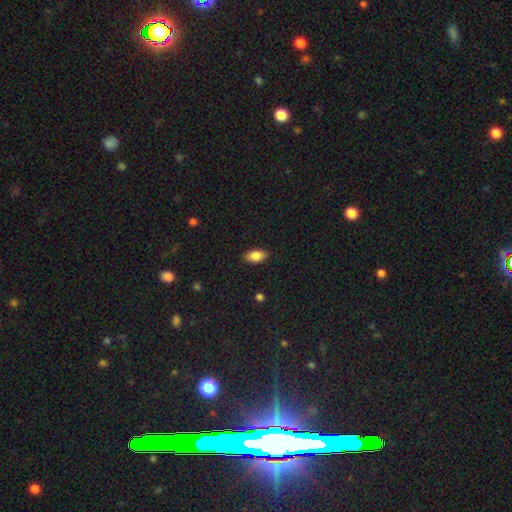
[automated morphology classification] A smooth galaxy with no disk features (86%) that is in between round and cigar-shaped (92%).

Vote fractions:
- Smooth or featured? smooth: 86% / star or artifact: 7% / featured or disk: 7%
- How rounded? in between: 92% / round: 4% / cigar-shaped: 4%
- Merging? none: 88% / minor disturbance: 9% / major disturbance: 2% / merger: 1%